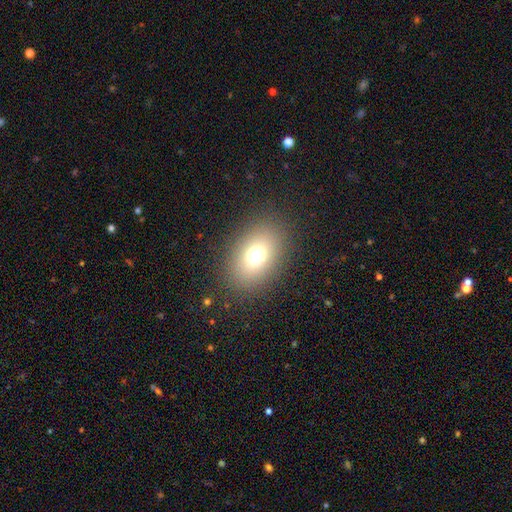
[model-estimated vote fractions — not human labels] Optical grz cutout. It shows a smooth galaxy with no disk features (69%) that is in between round and cigar-shaped (68%). Merging: none (86%).